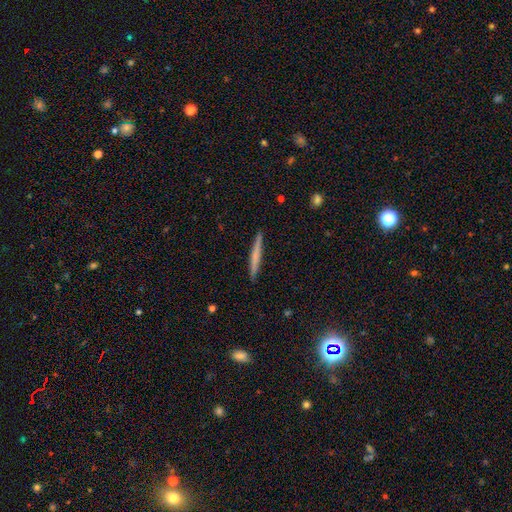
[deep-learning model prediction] The model was most divided on "smooth or featured": smooth: 56%, featured or disk: 38%, star or artifact: 6%. More confident: how rounded — cigar-shaped (96%); merging — none (91%).